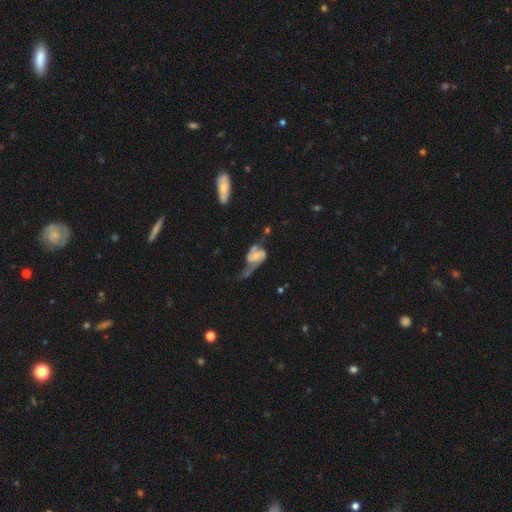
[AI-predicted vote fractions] Smooth or featured: featured or disk — 79% (smooth — 15%)
Edge-on disk: no — 96% (yes — 4%)
Bar: no — 48% (weak — 38%)
Spiral arms: yes — 92% (no — 8%)
Spiral winding: loose — 49% (medium — 37%)
Spiral arm count: 2 — 84% (1 — 7%)
Bulge size: small — 52% (moderate — 27%)
Merging: none — 35% (tied with major disturbance — 35%)